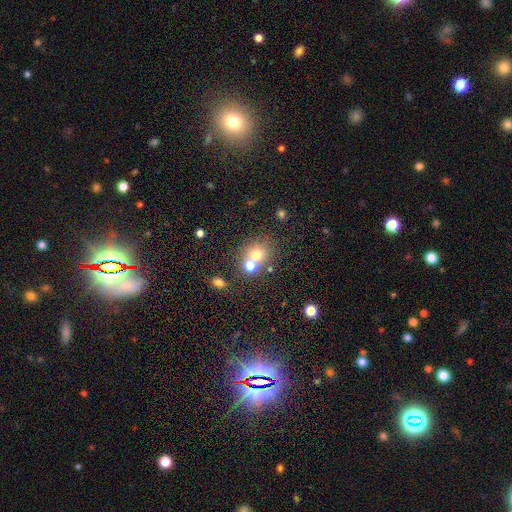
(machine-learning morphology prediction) A smooth galaxy with no disk features (68%) that is round (77%). Merging: none (51%).